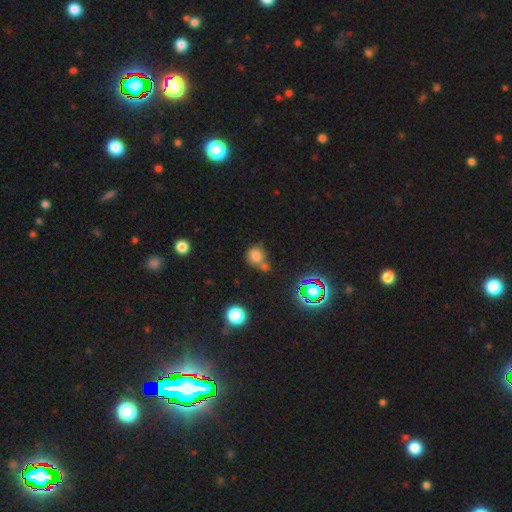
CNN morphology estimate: Smooth or featured? smooth (73%)
How rounded? round (79%)
Merging? none (49%)